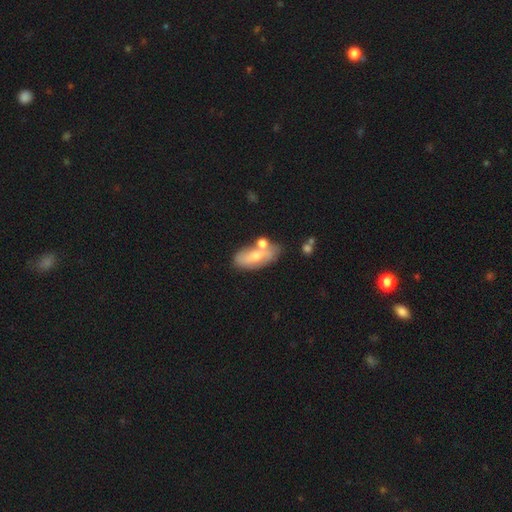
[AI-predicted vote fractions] A smooth galaxy with no disk features (50%) that is in between round and cigar-shaped (84%).

Vote fractions:
- Smooth or featured? smooth: 50% / featured or disk: 43% / star or artifact: 7%
- How rounded? in between: 84% / cigar-shaped: 10% / round: 5%
- Merging? none: 51% / merger: 24% / minor disturbance: 19% / major disturbance: 6%